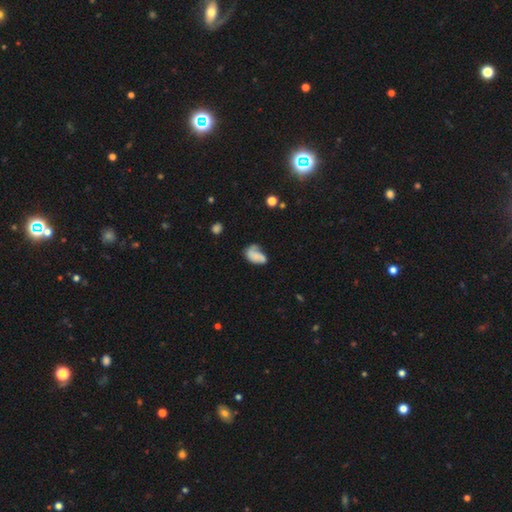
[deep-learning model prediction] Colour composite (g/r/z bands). It shows a smooth galaxy with no disk features (60%) that is in between round and cigar-shaped (88%). Merging: none (34%).